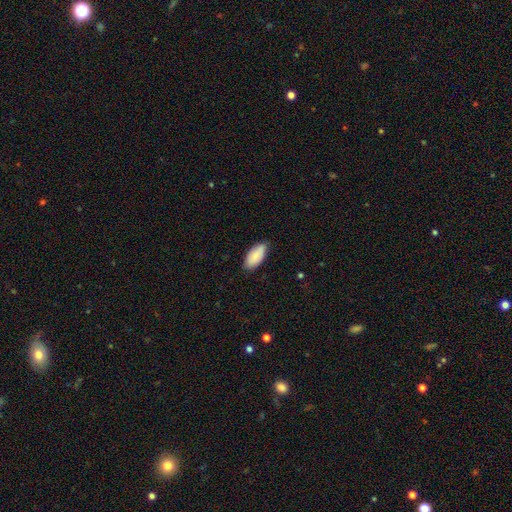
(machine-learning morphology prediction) Smooth or featured?
  - smooth: 86% *
  - featured or disk: 8%
  - star or artifact: 6%
How rounded?
  - in between: 93% *
  - cigar-shaped: 6%
  - round: 2%
Merging?
  - none: 82% *
  - minor disturbance: 15%
  - major disturbance: 2%
  - merger: 1%